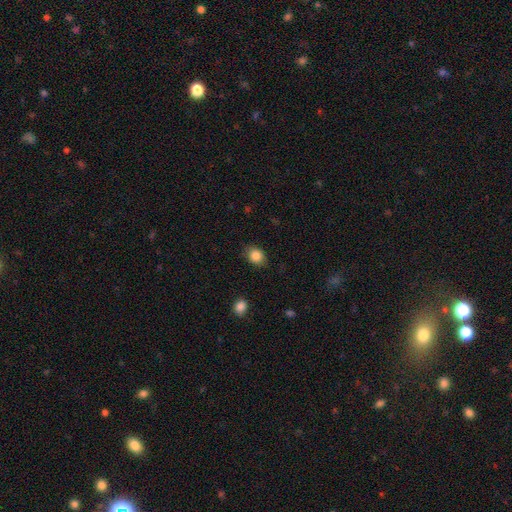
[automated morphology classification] A smooth galaxy with no disk features (86%) that is in between round and cigar-shaped (52%). Merging: none (82%).